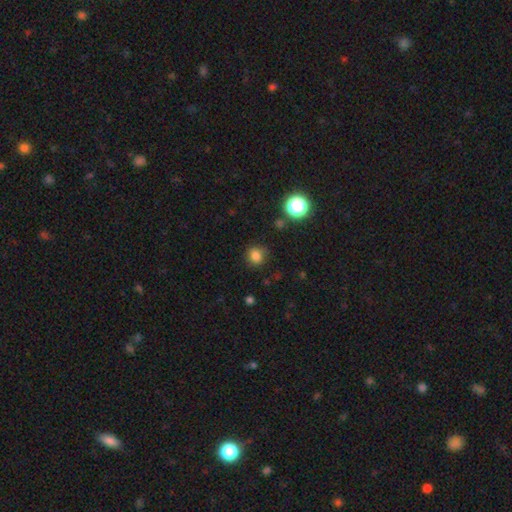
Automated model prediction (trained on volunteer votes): This appears to be a smooth galaxy with no disk features (80%) that is round (82%). Merging: none (80%).